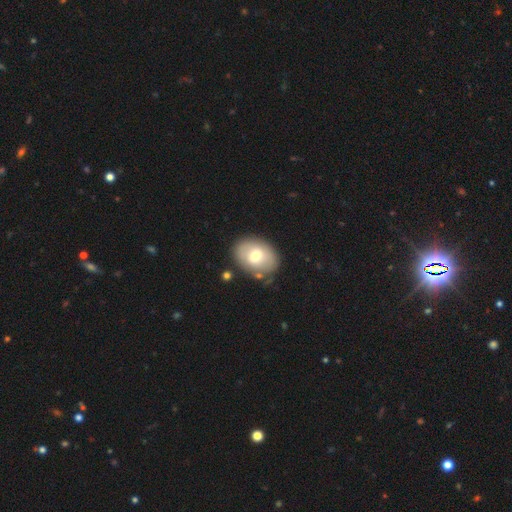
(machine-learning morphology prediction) smooth-or-featured: smooth: 62% | featured or disk: 31% | star or artifact: 7%
  how-rounded: in between: 70% | round: 29% | cigar-shaped: 1%
  merging: none: 75% | minor disturbance: 15% | merger: 5% | major disturbance: 5%